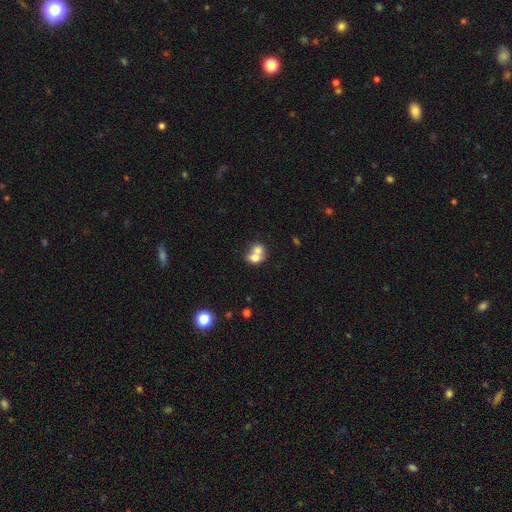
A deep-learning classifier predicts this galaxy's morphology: This is likely a smooth galaxy (68%). How rounded: possibly round (50%). Merging: likely merger (72%).